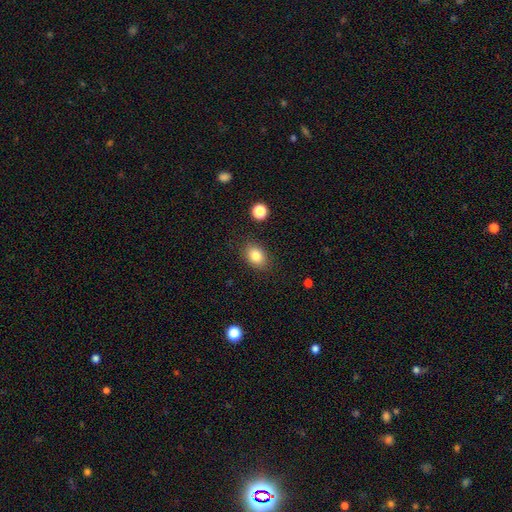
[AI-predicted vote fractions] Morphology: type=smooth (83%); roundness=in between (72%); merging=none (85%).